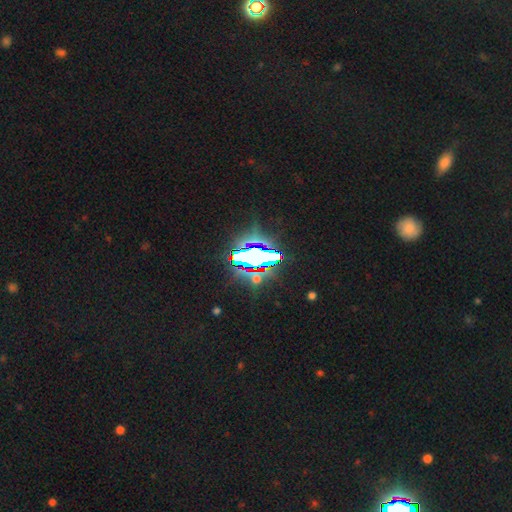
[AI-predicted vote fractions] smooth-or-featured: star or artifact: 69% | smooth: 16% | featured or disk: 15%